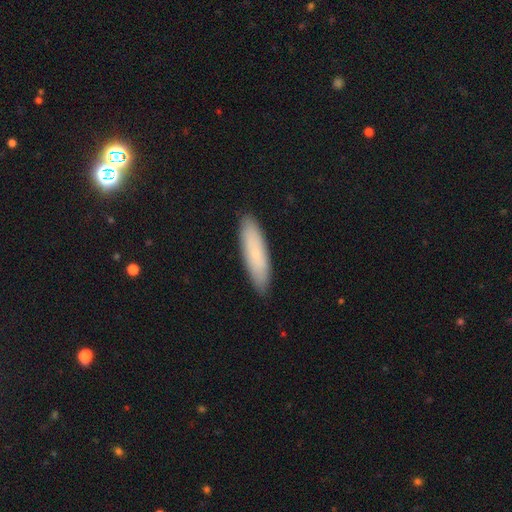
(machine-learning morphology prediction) smooth-or-featured: smooth: 73% | featured or disk: 21% | star or artifact: 7%
  how-rounded: cigar-shaped: 66% | in between: 33% | round: 2%
  merging: none: 89% | minor disturbance: 9% | major disturbance: 2% | merger: 1%